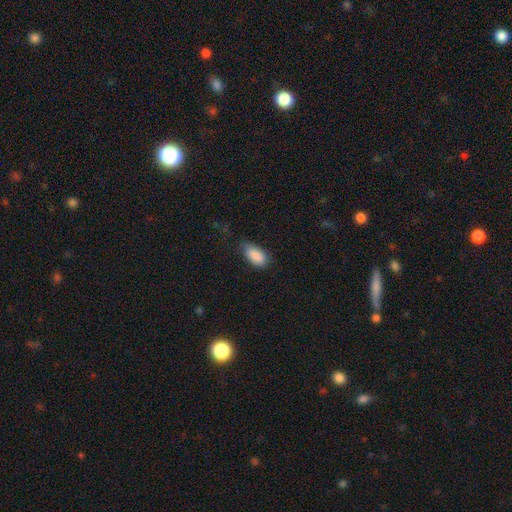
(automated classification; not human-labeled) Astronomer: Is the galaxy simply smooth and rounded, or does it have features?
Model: smooth — 89%.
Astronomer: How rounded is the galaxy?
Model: in between — 92%.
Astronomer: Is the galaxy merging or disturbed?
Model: none — 68%.